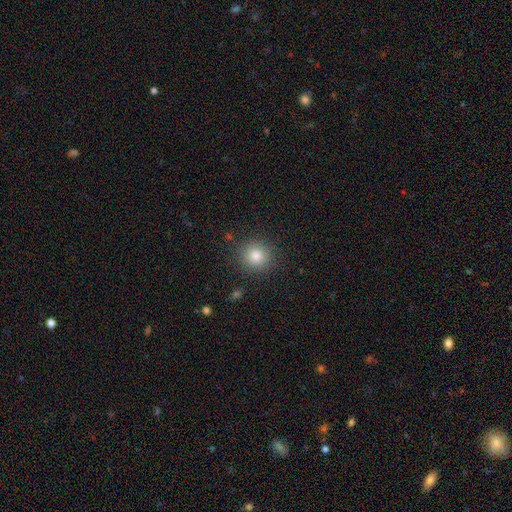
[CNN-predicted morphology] Smooth or featured? Predicted: smooth (p=0.82). How rounded? Predicted: round (p=0.89). Merging? Predicted: none (p=0.89).